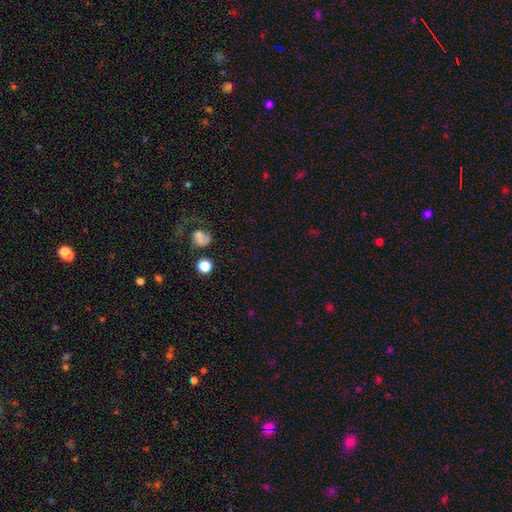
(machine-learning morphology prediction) A smooth galaxy with no disk features (45%, tied with star or artifact).

Vote fractions:
- Smooth or featured? smooth: 45% (tied) / star or artifact: 45% (tied) / featured or disk: 11%
- Merging? none: 75% / minor disturbance: 10% / merger: 8% / major disturbance: 7%